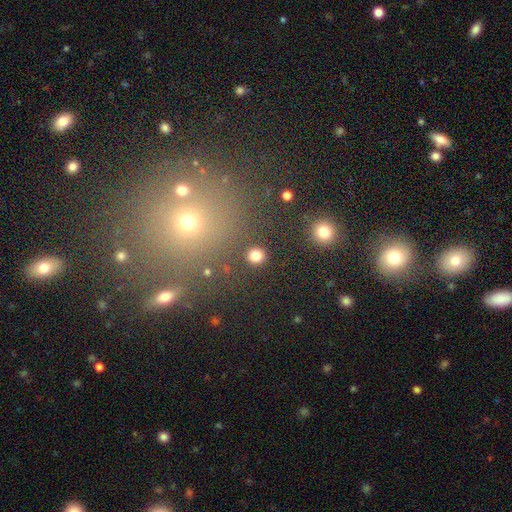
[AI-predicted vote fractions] Smooth or featured? Predicted: smooth (p=0.82). How rounded? Predicted: round (p=0.89). Merging? Predicted: none (p=0.90).